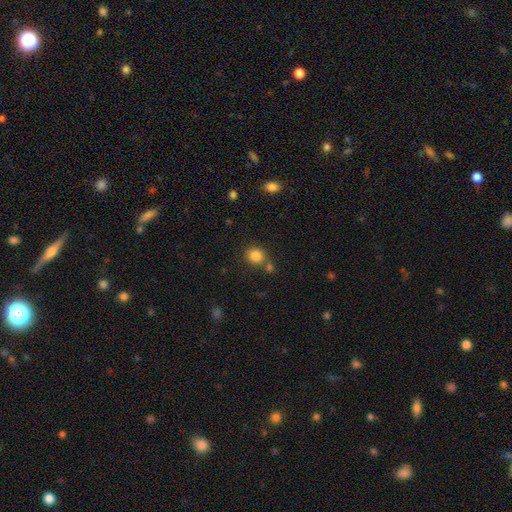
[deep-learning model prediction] This is clearly a smooth galaxy (84%). How rounded: likely round (80%). Merging: likely none (71%).